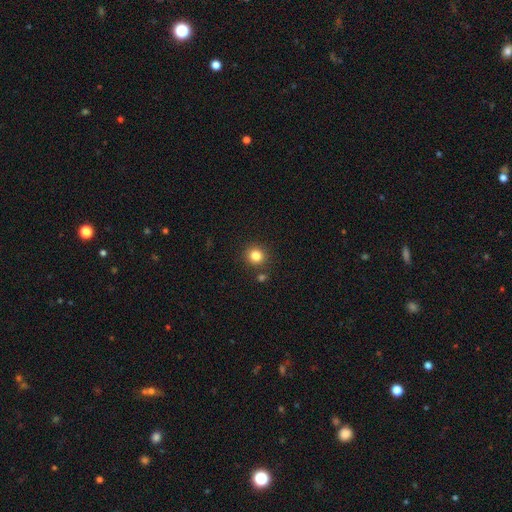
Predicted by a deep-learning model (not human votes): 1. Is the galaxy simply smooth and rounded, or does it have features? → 83% smooth, 12% star or artifact, 5% featured or disk.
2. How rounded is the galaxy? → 92% round, 7% in between, 1% cigar-shaped.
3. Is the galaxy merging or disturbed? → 86% none, 7% minor disturbance, 5% merger, 2% major disturbance.